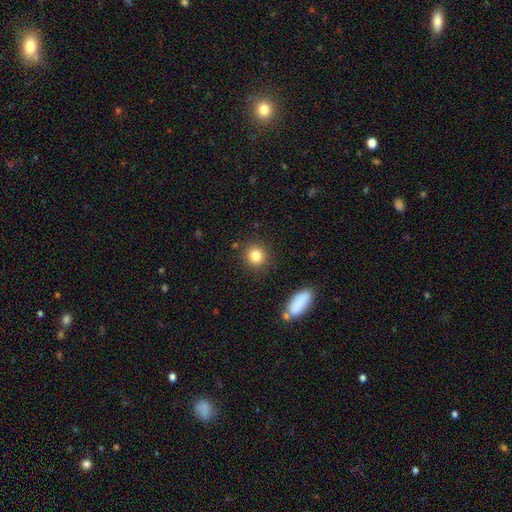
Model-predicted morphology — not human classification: Smooth or featured? smooth (83%)
How rounded? round (86%)
Merging? none (87%)